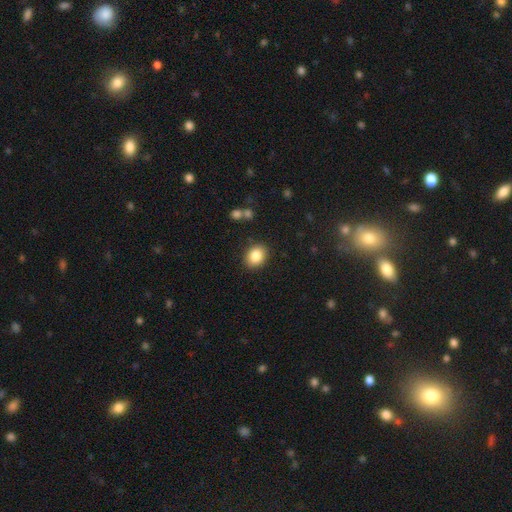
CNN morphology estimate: The model was most divided on "how rounded" (2-way tie): in between: 50%, round: 50%, cigar-shaped: 1%. More confident: merging — none (88%); smooth or featured — smooth (85%).